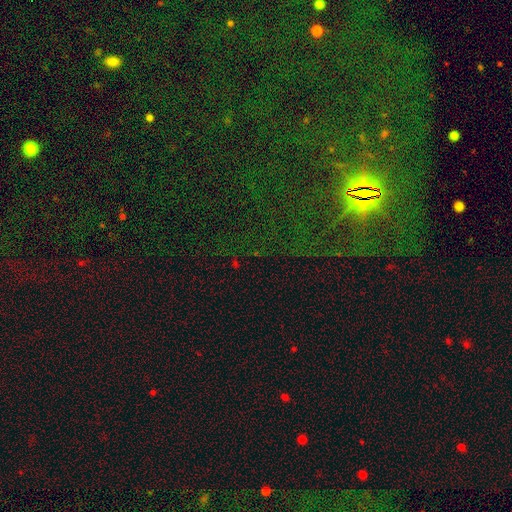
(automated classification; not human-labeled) This appears to be a star or artifact, not a galaxy (78%).